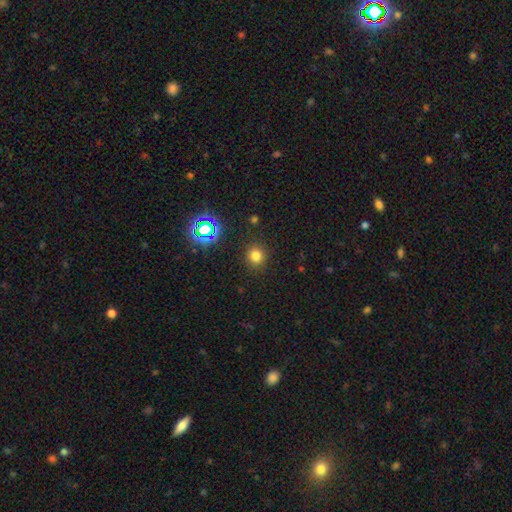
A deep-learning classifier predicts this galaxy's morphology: A smooth galaxy with no disk features (74%) that is round (91%). Merging: none (89%).